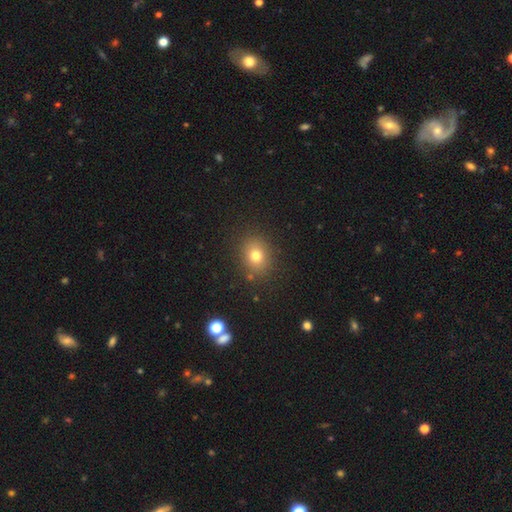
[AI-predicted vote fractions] Smooth or featured? Predicted: smooth (p=0.75). How rounded? Predicted: round (p=0.62). Merging? Predicted: none (p=0.85).